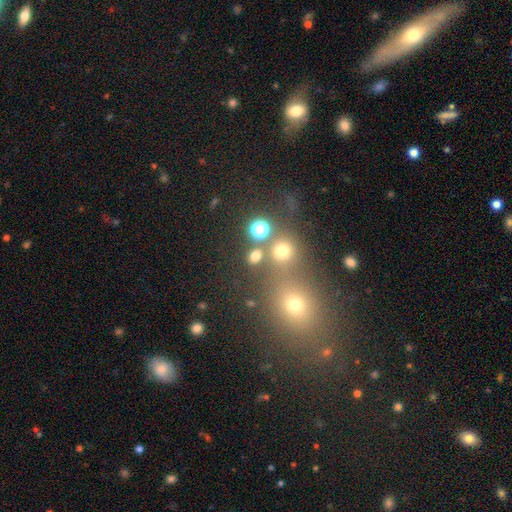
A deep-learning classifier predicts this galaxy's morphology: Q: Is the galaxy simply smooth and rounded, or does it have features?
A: smooth — 70%.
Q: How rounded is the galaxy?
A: round — 65%.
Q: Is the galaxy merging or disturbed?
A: none — 71%.